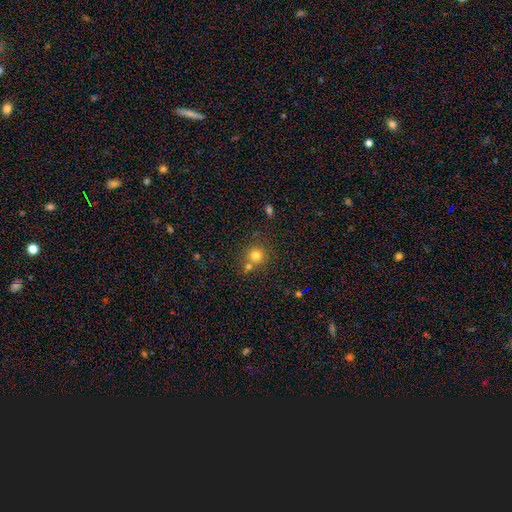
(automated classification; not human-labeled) Smooth or featured? smooth (77%)
How rounded? round (91%)
Merging? none (63%)